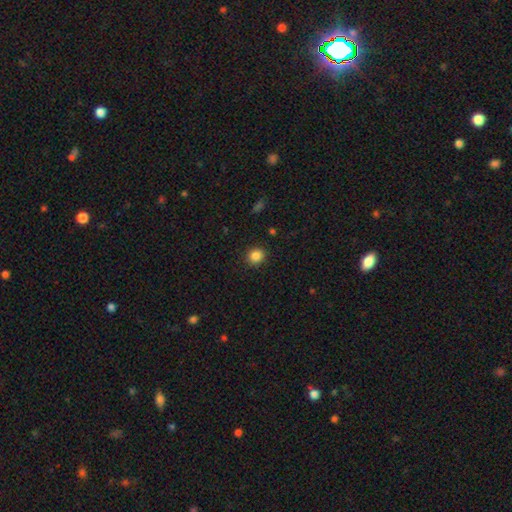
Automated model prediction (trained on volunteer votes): A smooth galaxy with no disk features (86%) that is round (82%). Merging: none (90%).